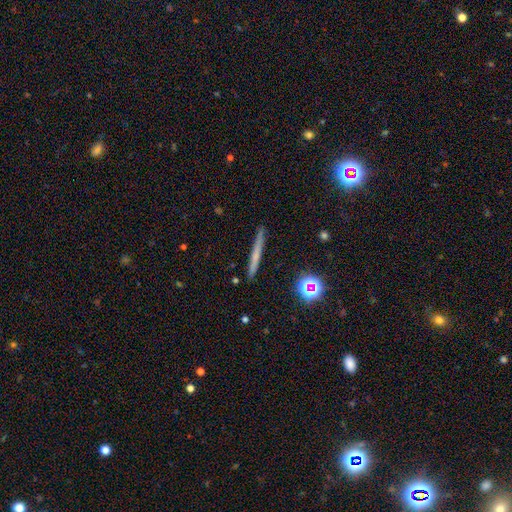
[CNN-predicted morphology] Overall: smooth (51%; featured or disk 38%). How rounded: cigar-shaped (94%). Merging: none (90%).